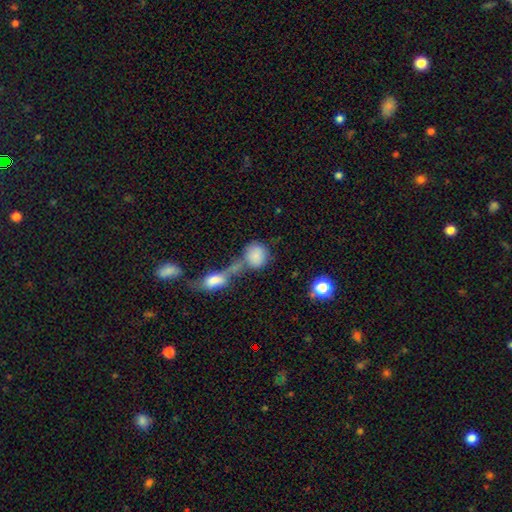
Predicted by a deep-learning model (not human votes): smooth_or_featured: smooth (p=0.81) [alt: featured or disk p=0.10]
how_rounded: round (p=0.70) [alt: in between p=0.28]
merging: merger (p=0.47) [alt: none p=0.36]